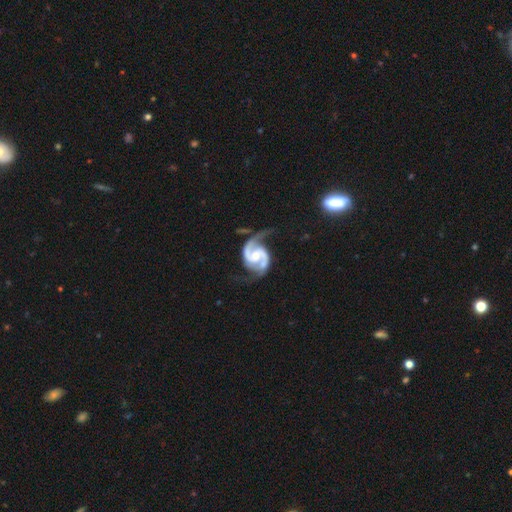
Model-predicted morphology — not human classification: type=featured or disk (94%); edge-on=no (98%); bar=weak (42%); spiral arms=yes (99%); winding=medium (58%); arm count=2 (94%); bulge=moderate (42%); merging=none (63%).